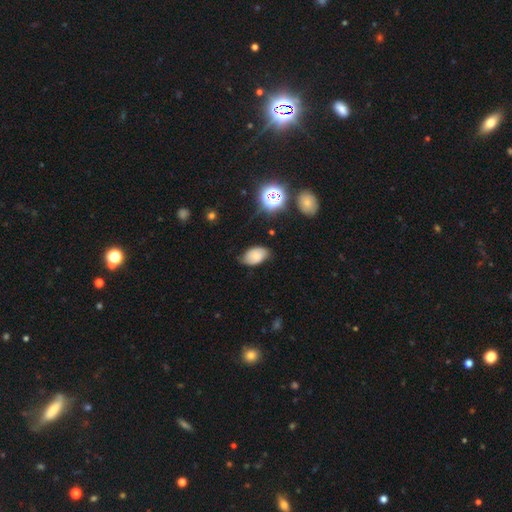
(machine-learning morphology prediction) type=smooth (69%); roundness=in between (91%); merging=none (69%).